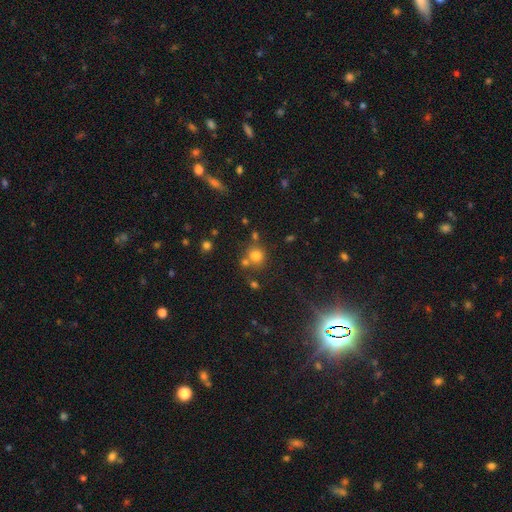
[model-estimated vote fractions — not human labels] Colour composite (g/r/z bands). It shows a smooth galaxy with no disk features (75%) that is round (85%). Merging: none (63%).